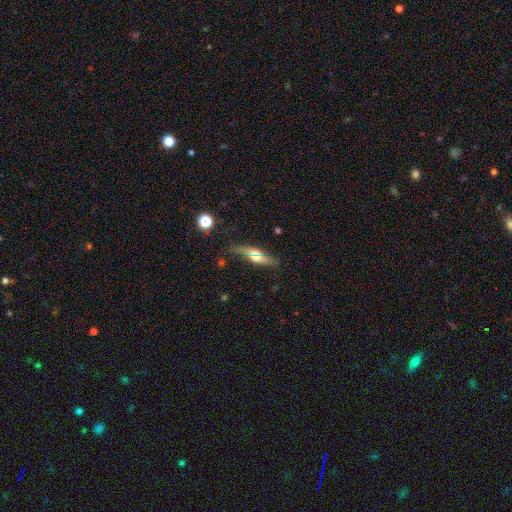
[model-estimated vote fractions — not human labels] smooth 46%, featured or disk 42%, star or artifact 12%. Down the decision tree: merging — none (78%).